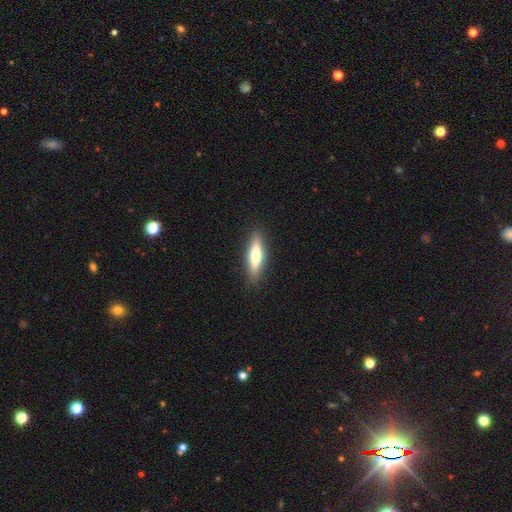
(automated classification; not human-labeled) This appears to be a smooth galaxy with no disk features (58%) that is cigar-shaped (70%). Merging: none (89%).